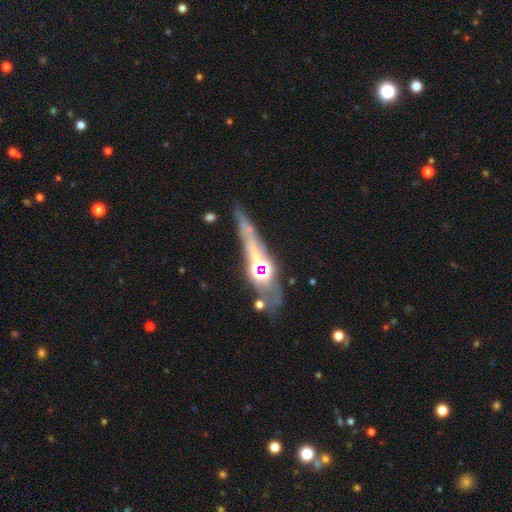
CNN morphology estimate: A smooth galaxy with no disk features (37%). Merging: none (66%).